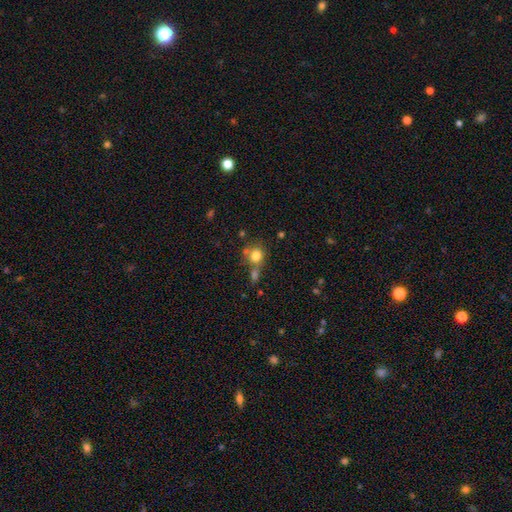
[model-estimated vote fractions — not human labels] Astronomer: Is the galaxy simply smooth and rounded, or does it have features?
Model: smooth — 78%.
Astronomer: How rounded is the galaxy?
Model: round — 83%.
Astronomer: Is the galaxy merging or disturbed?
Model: none — 54%.